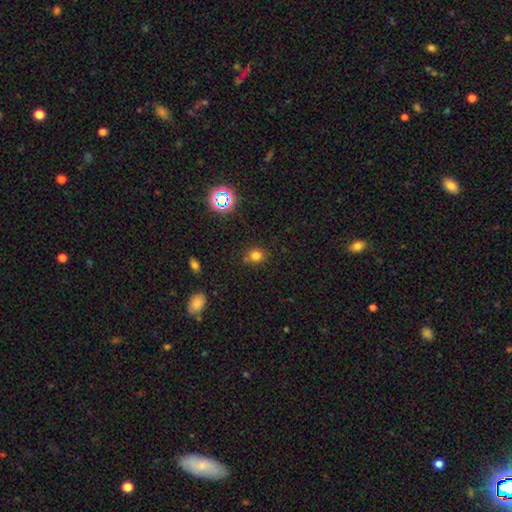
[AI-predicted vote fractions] Smooth or featured? Predicted: smooth (p=0.75). How rounded? Predicted: round (p=0.75). Merging? Predicted: none (p=0.76).